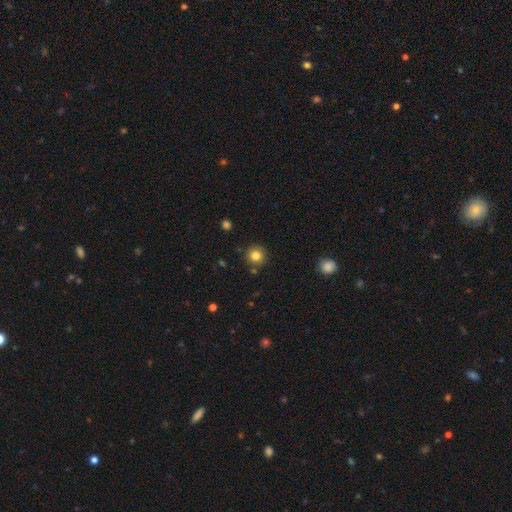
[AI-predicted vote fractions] smooth 82%, star or artifact 11%, featured or disk 6%. Down the decision tree: how rounded — round (94%); merging — none (87%).